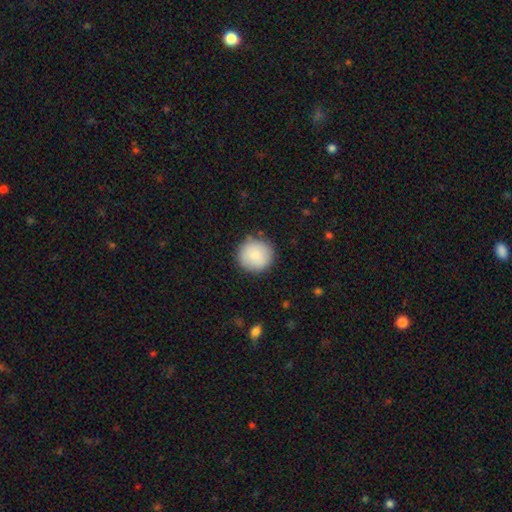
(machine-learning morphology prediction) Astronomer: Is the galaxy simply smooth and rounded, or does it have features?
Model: smooth — 85%.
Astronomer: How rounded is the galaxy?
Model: round — 94%.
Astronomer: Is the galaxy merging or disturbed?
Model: none — 86%.